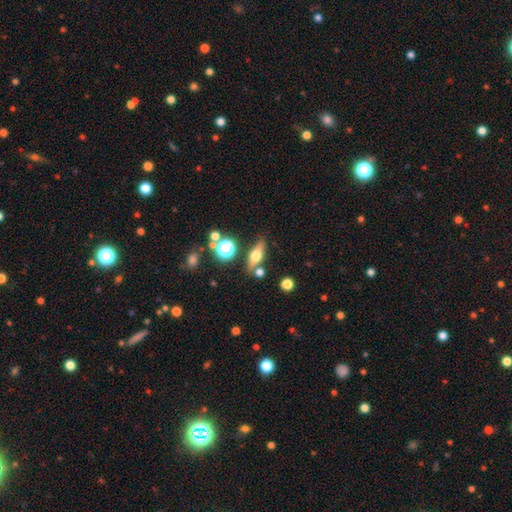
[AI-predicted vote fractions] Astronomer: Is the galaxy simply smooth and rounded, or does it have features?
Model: featured or disk — 45% (runner-up: smooth, 43%).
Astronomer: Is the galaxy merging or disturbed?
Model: none — 74%.